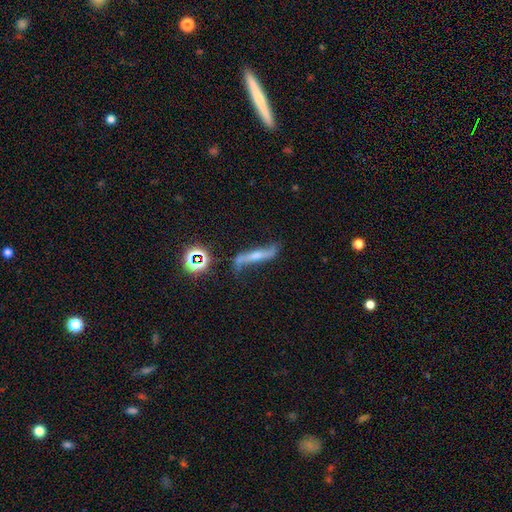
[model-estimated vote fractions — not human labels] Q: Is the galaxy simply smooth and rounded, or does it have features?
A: featured or disk — 61%.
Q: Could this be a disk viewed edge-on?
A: yes — 53%.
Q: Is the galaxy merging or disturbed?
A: none — 56%.